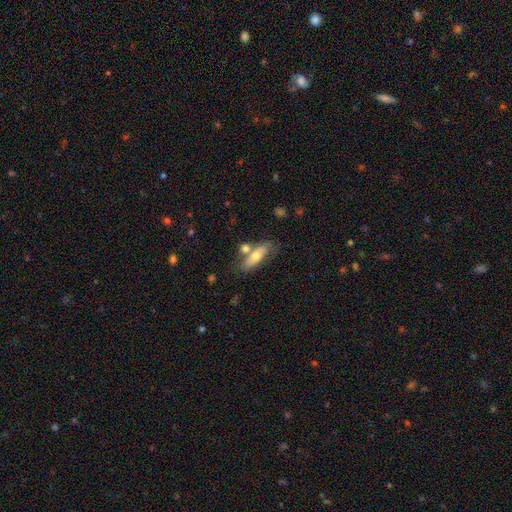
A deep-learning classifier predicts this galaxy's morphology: This is possibly a smooth galaxy (56%). How rounded: likely in between (61%). Merging: possibly none (56%).